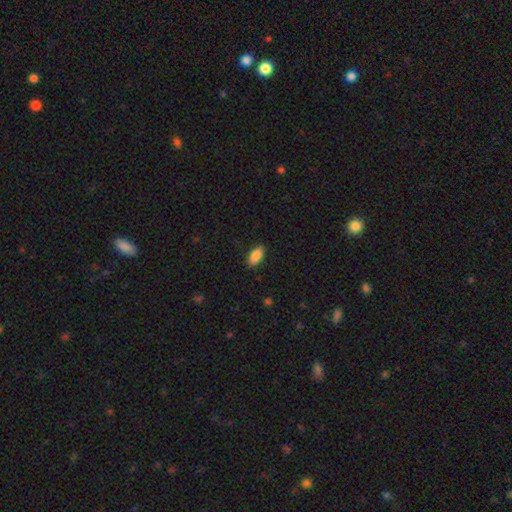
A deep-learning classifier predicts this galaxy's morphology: Smooth or featured? smooth (88%)
How rounded? in between (89%)
Merging? none (88%)